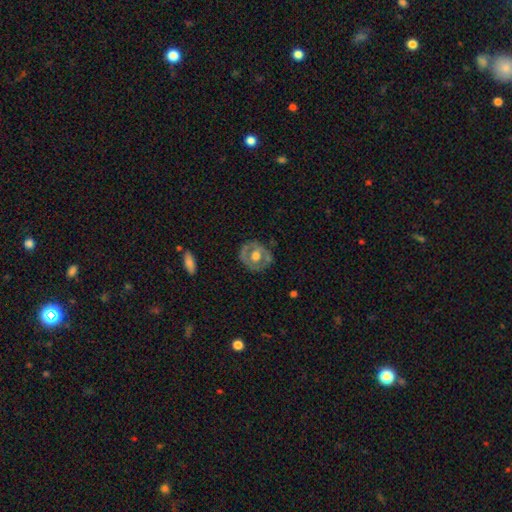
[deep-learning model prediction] Q: Smooth or featured?
A: featured or disk (57%); runner-up: smooth (37%)
Q: Edge-on disk?
A: no (95%); runner-up: yes (5%)
Q: Bar?
A: no (78%); runner-up: weak (17%)
Q: Spiral arms?
A: no (80%); runner-up: yes (20%)
Q: Bulge size?
A: moderate (60%); runner-up: large (31%)
Q: Merging?
A: none (75%); runner-up: minor disturbance (17%)